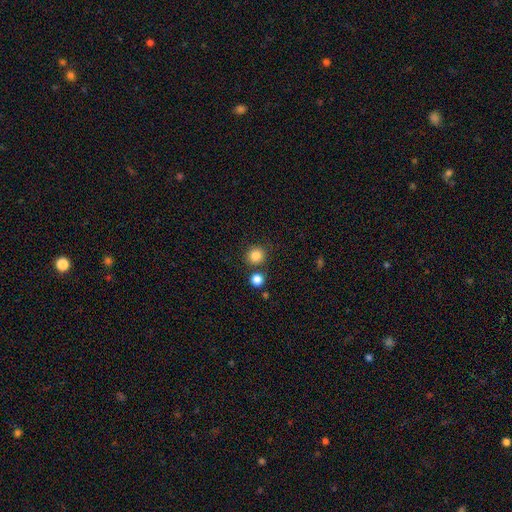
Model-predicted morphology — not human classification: This is clearly a smooth galaxy (84%). How rounded: clearly round (91%). Merging: likely none (79%).